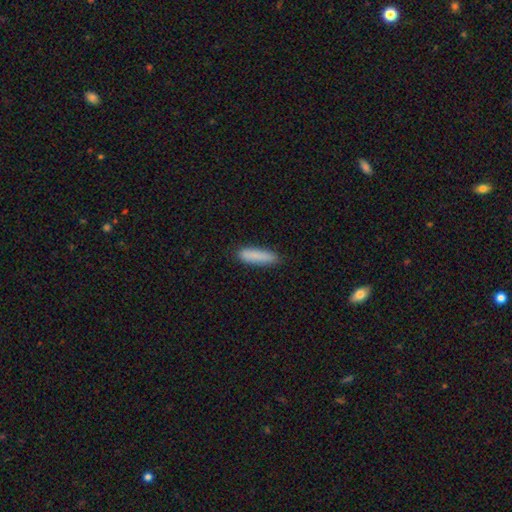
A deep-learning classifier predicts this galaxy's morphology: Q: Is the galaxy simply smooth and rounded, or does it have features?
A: smooth — 86%.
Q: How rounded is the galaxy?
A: cigar-shaped — 74%.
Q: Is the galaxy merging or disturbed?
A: none — 87%.